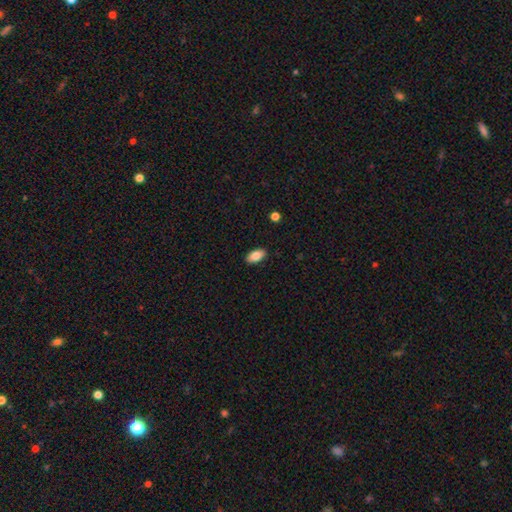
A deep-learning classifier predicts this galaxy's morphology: smooth_or_featured: smooth (p=0.85) [alt: featured or disk p=0.08]
how_rounded: in between (p=0.93) [alt: cigar-shaped p=0.05]
merging: none (p=0.89) [alt: minor disturbance p=0.08]